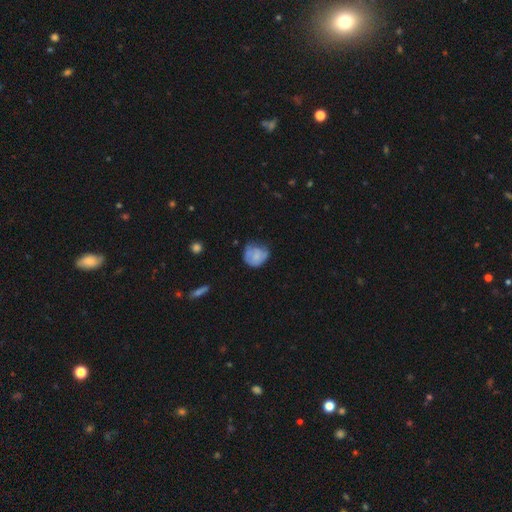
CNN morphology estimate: Smooth or featured? smooth (60%)
How rounded? round (73%)
Merging? none (43%)